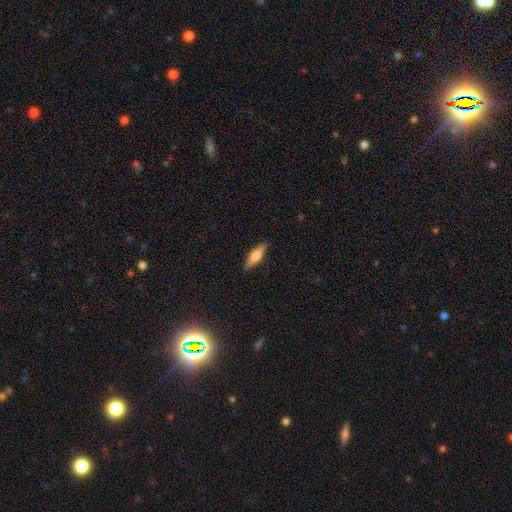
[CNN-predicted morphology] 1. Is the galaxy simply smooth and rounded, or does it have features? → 49% smooth, 45% featured or disk, 6% star or artifact.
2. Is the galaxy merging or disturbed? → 89% none, 8% minor disturbance, 2% major disturbance, 1% merger.